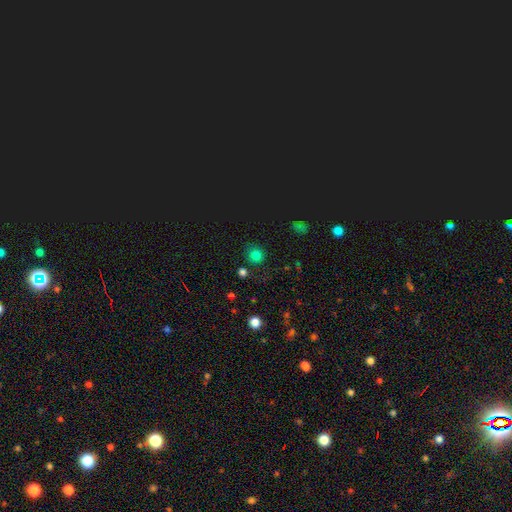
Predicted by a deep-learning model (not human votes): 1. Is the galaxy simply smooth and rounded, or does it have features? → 74% smooth, 21% star or artifact, 5% featured or disk.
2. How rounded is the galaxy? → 89% round, 10% in between, 1% cigar-shaped.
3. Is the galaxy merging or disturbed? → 80% none, 12% minor disturbance, 4% major disturbance, 4% merger.